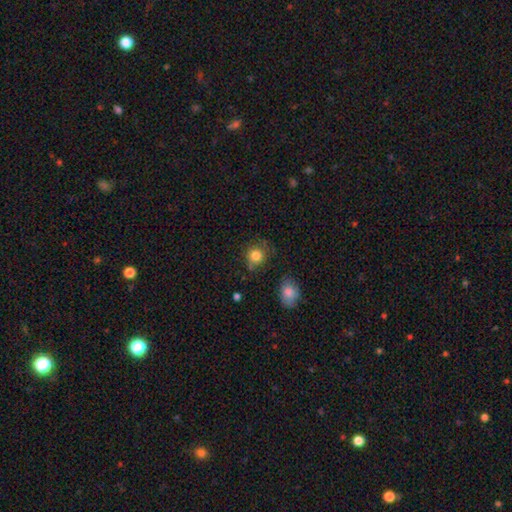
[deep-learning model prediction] Morphology: type=smooth (83%); roundness=round (84%); merging=none (72%).